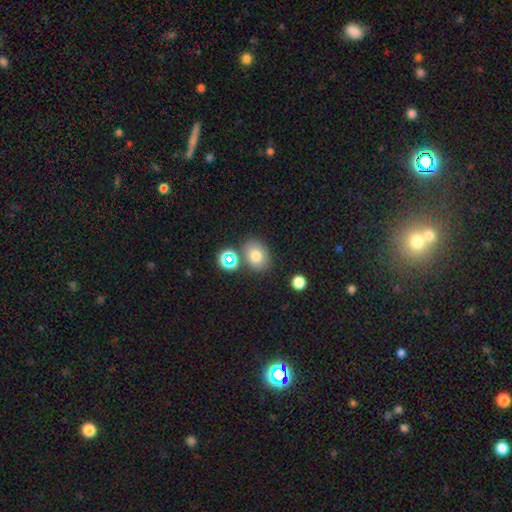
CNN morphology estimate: smooth_or_featured: smooth (p=0.76) [alt: star or artifact p=0.13]
how_rounded: in between (p=0.62) [alt: round p=0.37]
merging: none (p=0.74) [alt: minor disturbance p=0.12]